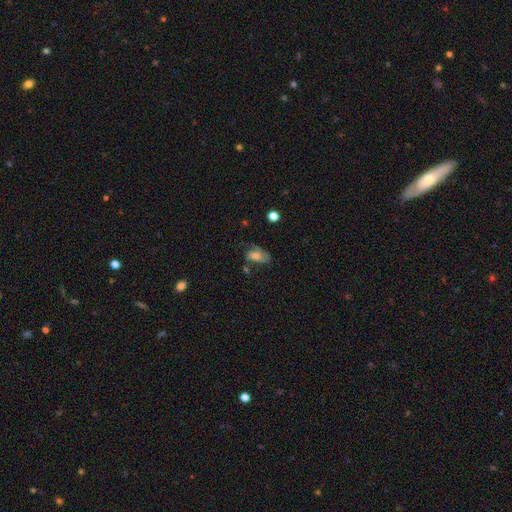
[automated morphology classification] type=featured or disk (47%); merging=none (38%).